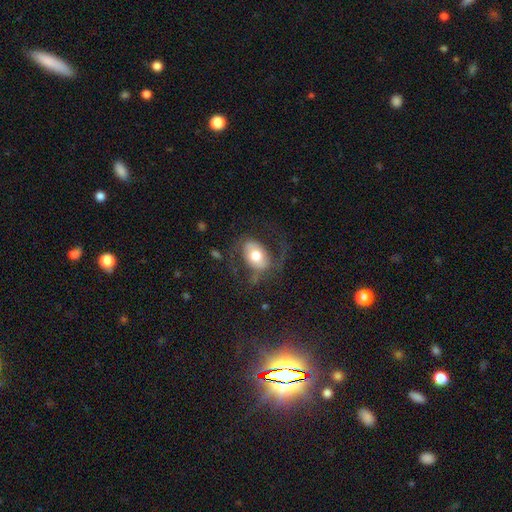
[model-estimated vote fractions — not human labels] Overall: featured or disk (50%; smooth 43%). Merging: none (53%; major disturbance 26%).